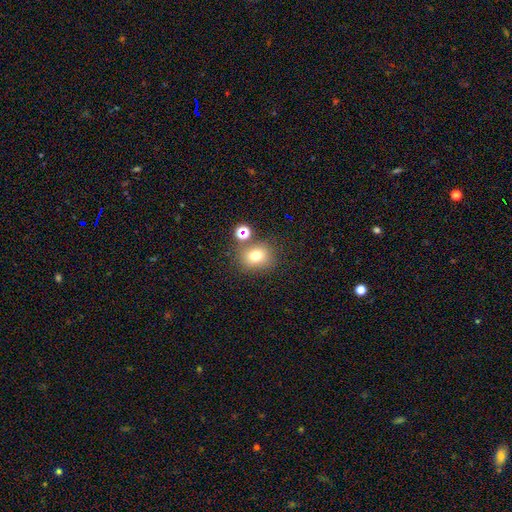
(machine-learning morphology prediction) Smooth or featured? smooth (72%)
How rounded? round (71%)
Merging? none (73%)